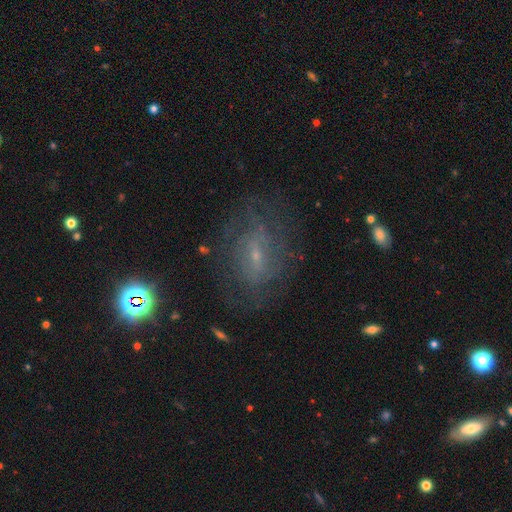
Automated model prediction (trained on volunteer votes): smooth-or-featured: featured or disk: 60% | smooth: 24% | star or artifact: 17%
  disk-edge-on: no: 92% | yes: 8%
    bar: weak: 43% | no: 42% | strong: 15%
    has-spiral-arms: yes: 60% | no: 40%
    bulge-size: small: 74% | moderate: 16% | none: 7% | large: 1% | dominant: 1%
  merging: none: 67% | minor disturbance: 18% | major disturbance: 13% | merger: 2%